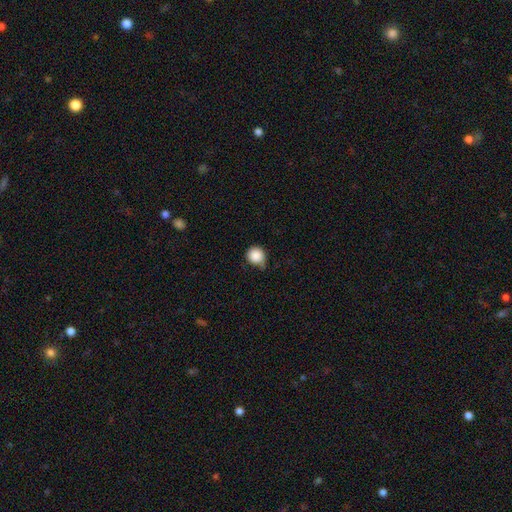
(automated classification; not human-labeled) Morphology: type=smooth (87%); roundness=round (90%); merging=none (55%).